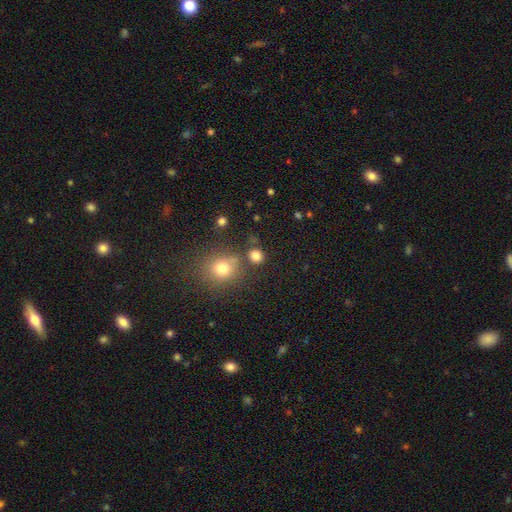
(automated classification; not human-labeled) smooth_or_featured: smooth (p=0.81) [alt: star or artifact p=0.14]
how_rounded: round (p=0.77) [alt: in between p=0.21]
merging: none (p=0.77) [alt: merger p=0.10]